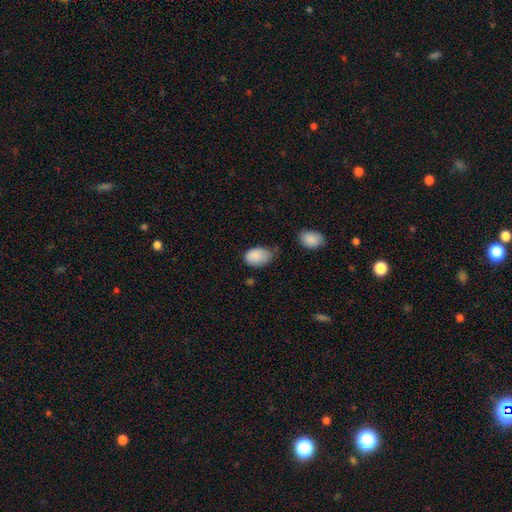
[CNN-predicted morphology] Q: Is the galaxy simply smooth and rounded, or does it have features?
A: smooth — 87%.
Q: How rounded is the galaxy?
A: in between — 89%.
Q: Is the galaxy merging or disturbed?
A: none — 48%.